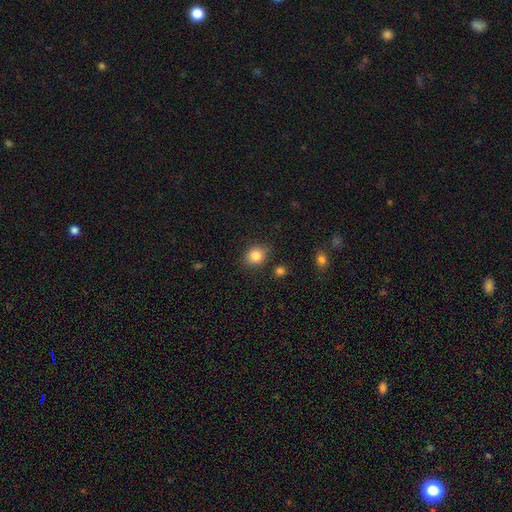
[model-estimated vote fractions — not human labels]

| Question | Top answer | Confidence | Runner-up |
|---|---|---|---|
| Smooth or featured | smooth | 85% | star or artifact (10%) |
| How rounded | round | 69% | in between (30%) |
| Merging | none | 80% | minor disturbance (13%) |